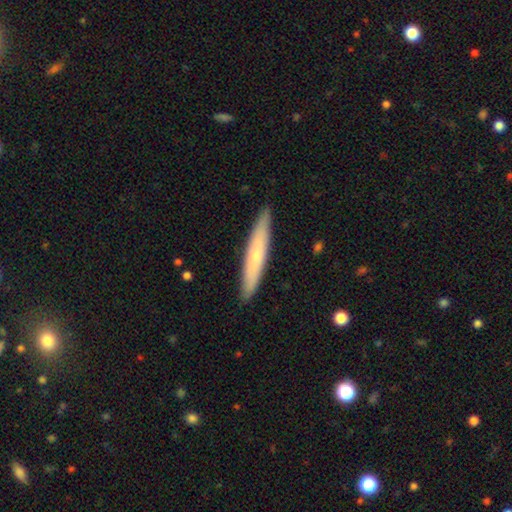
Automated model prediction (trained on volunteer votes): This appears to be a smooth galaxy with no disk features (59%) that is cigar-shaped (93%). Merging: none (90%).